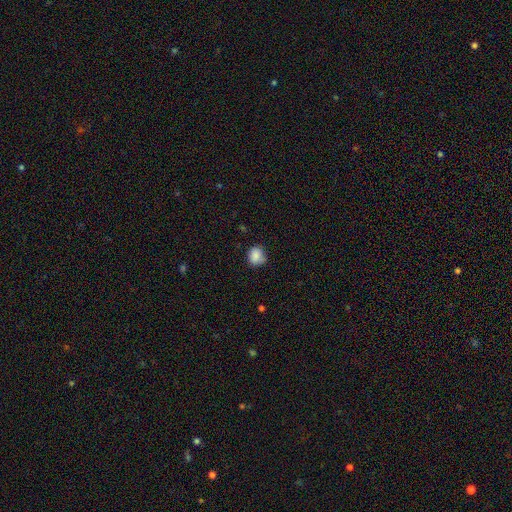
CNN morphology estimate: Smooth or featured? Predicted: smooth (p=0.86). How rounded? Predicted: round (p=0.75). Merging? Predicted: none (p=0.71).